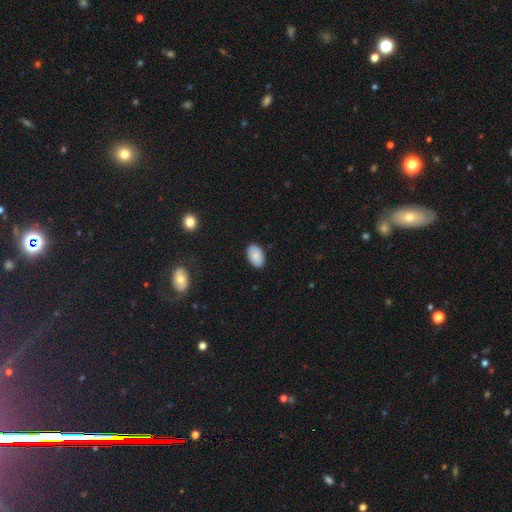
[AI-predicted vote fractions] Q: Smooth or featured?
A: smooth (82%); runner-up: featured or disk (11%)
Q: How rounded?
A: in between (92%); runner-up: round (6%)
Q: Merging?
A: none (85%); runner-up: minor disturbance (12%)